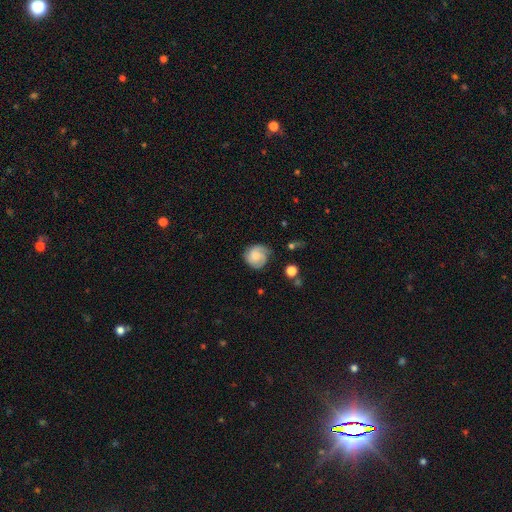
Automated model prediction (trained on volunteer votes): A featured or disk galaxy (51%).

Vote fractions:
- Smooth or featured? featured or disk: 51% / smooth: 42% / star or artifact: 8%
- Edge-on disk? no: 98% / yes: 2%
- Merging? none: 70% / minor disturbance: 20% / major disturbance: 8% / merger: 2%